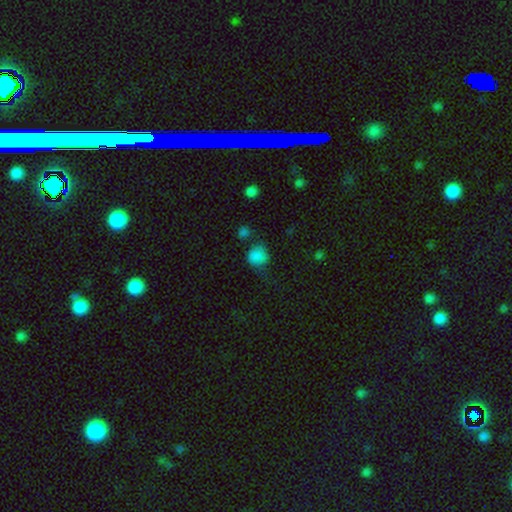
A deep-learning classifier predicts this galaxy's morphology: smooth_or_featured: smooth (p=0.81) [alt: star or artifact p=0.12]
how_rounded: round (p=0.72) [alt: in between p=0.27]
merging: none (p=0.49) [alt: minor disturbance p=0.30]